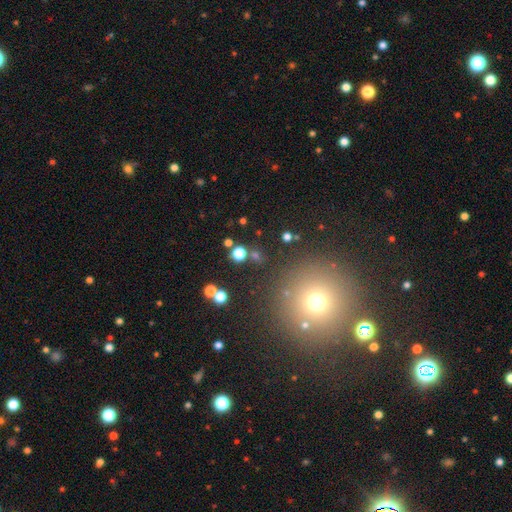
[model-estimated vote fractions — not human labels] Smooth or featured? smooth (48%)
Merging? none (84%)